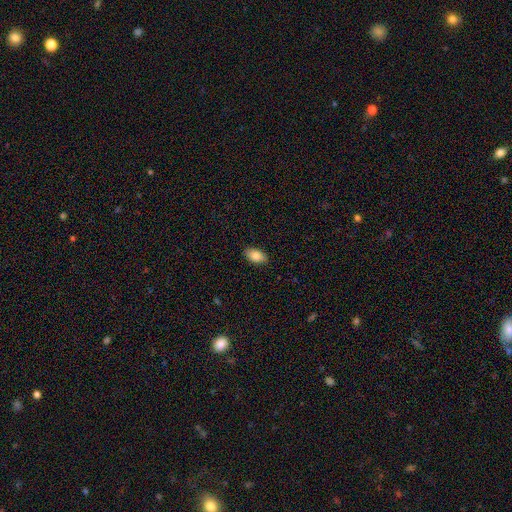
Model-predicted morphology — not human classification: A smooth galaxy with no disk features (83%) that is in between round and cigar-shaped (93%). Merging: none (89%).